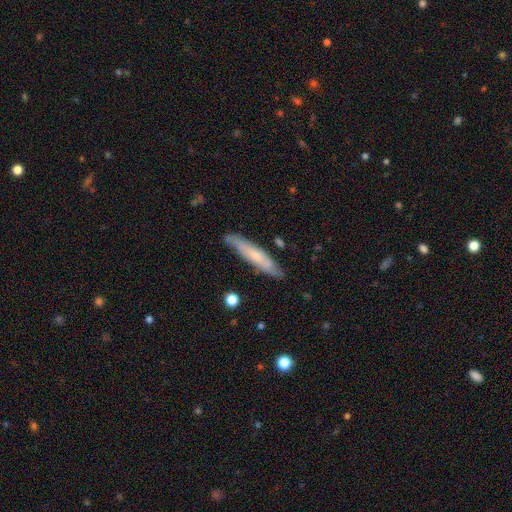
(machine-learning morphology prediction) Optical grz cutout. It shows a smooth galaxy with no disk features (50%). Merging: none (81%).